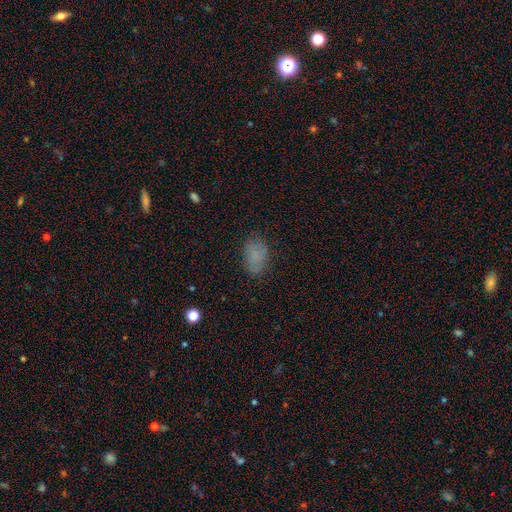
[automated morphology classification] Smooth or featured? Predicted: smooth (p=0.79). How rounded? Predicted: in between (p=0.89). Merging? Predicted: none (p=0.75).